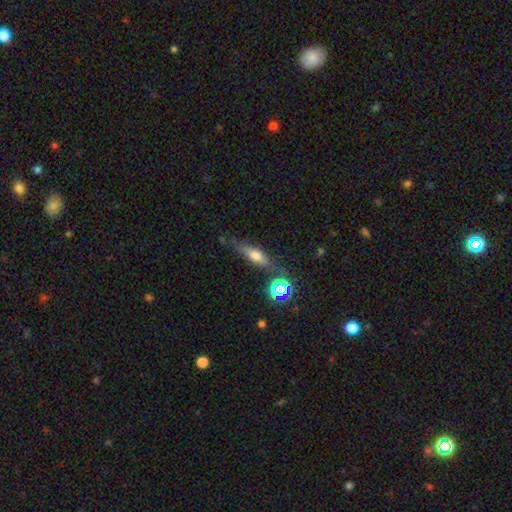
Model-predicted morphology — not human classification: smooth 55%, featured or disk 30%, star or artifact 14%. Down the decision tree: how rounded — cigar-shaped (53%); merging — none (69%).